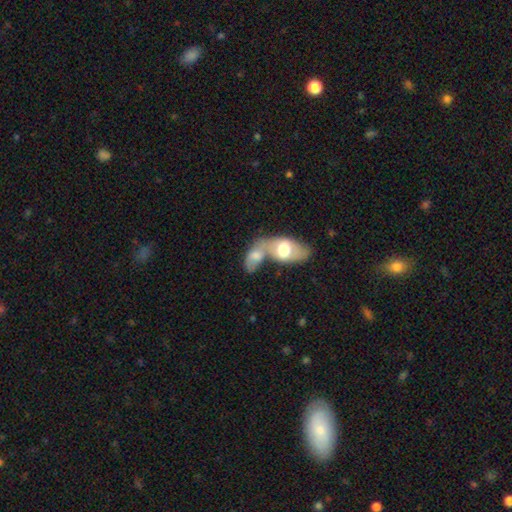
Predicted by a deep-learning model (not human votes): Q: Smooth or featured?
A: smooth (57%); runner-up: featured or disk (36%)
Q: How rounded?
A: in between (87%); runner-up: round (8%)
Q: Merging?
A: merger (70%); runner-up: none (15%)